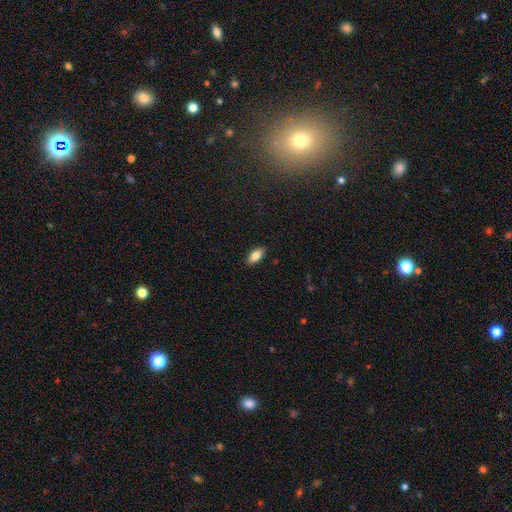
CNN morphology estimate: smooth-or-featured: smooth: 81% | featured or disk: 12% | star or artifact: 7%
  how-rounded: in between: 86% | cigar-shaped: 11% | round: 3%
  merging: none: 88% | minor disturbance: 10% | major disturbance: 2% | merger: 1%